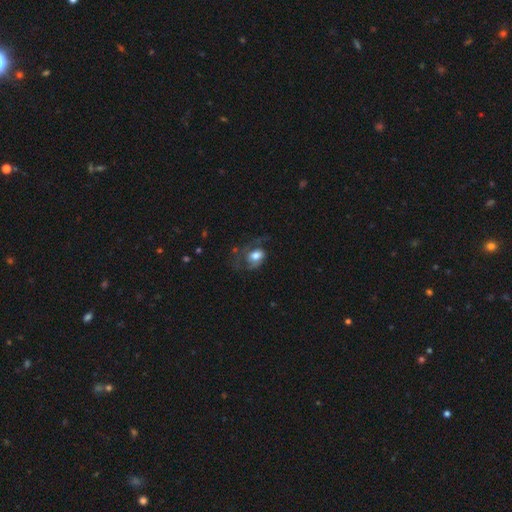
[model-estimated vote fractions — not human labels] smooth_or_featured: smooth (p=0.51) [alt: featured or disk p=0.41]
how_rounded: in between (p=0.61) [alt: round p=0.37]
merging: major disturbance (p=0.48) [alt: none p=0.29]